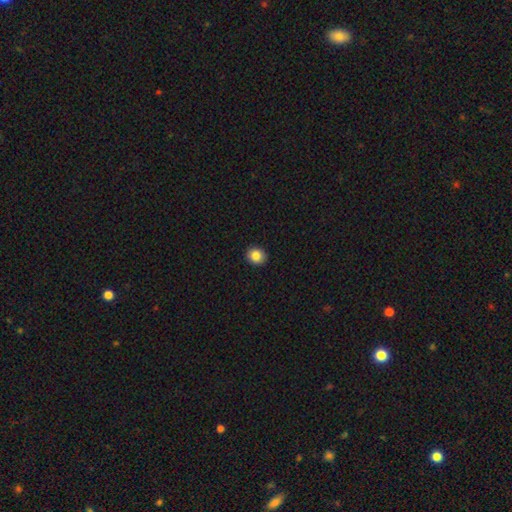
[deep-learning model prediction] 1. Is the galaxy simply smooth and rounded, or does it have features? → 85% smooth, 9% star or artifact, 6% featured or disk.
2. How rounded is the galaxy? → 79% round, 20% in between, 1% cigar-shaped.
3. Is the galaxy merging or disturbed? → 92% none, 5% minor disturbance, 1% major disturbance, 1% merger.